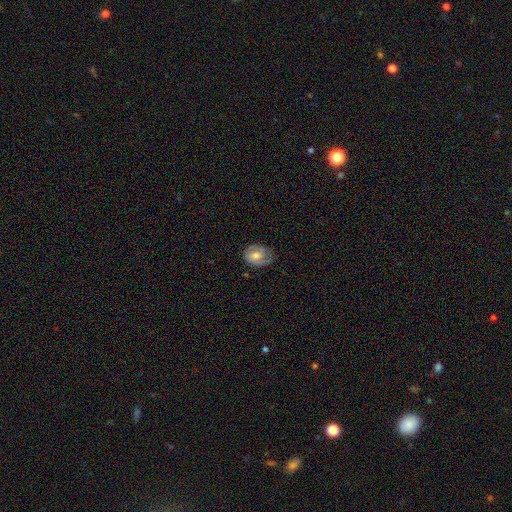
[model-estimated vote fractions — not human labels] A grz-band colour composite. It shows a smooth galaxy with no disk features (50%). Merging: none (60%).